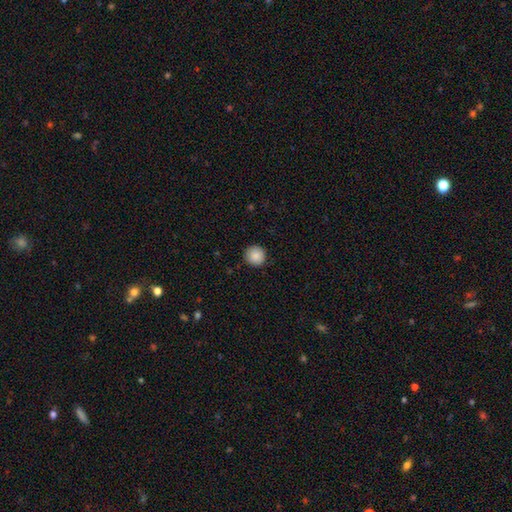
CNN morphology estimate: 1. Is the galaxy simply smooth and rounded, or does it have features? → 89% smooth, 8% star or artifact, 3% featured or disk.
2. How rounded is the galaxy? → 95% round, 4% in between, 1% cigar-shaped.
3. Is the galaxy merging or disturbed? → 91% none, 6% minor disturbance, 2% major disturbance, 1% merger.